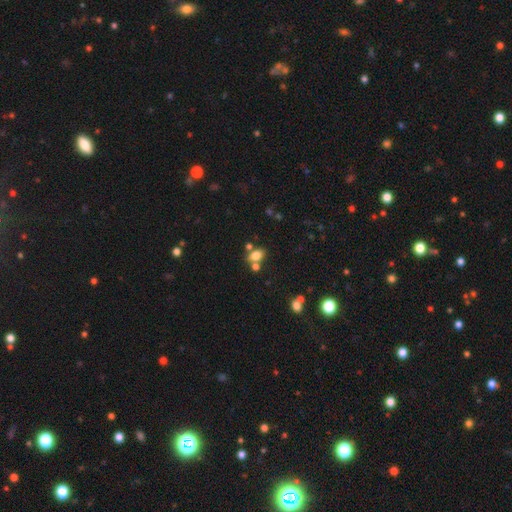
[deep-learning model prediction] Smooth or featured? smooth (77%)
How rounded? in between (76%)
Merging? none (53%)